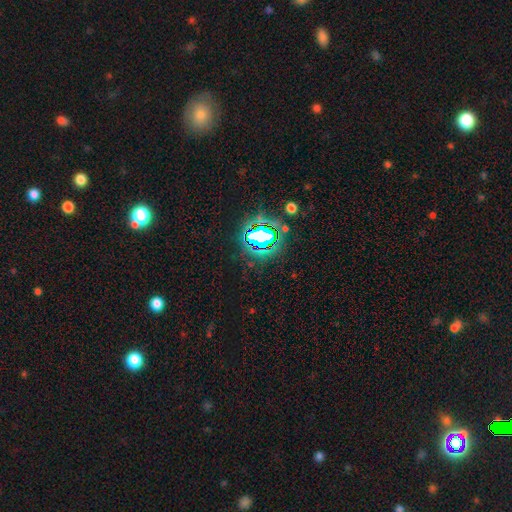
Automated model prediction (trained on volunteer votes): This is likely a star or artifact rather than a galaxy (77%).